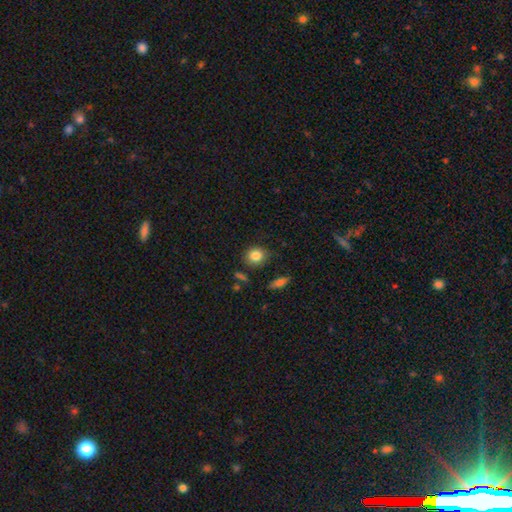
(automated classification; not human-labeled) This appears to be a smooth galaxy with no disk features (83%) that is round (78%). Merging: none (80%).